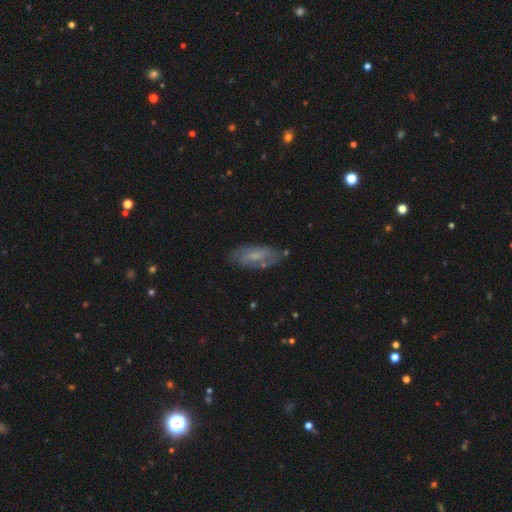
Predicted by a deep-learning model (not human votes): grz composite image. It shows a featured or disk galaxy (47%). Merging: none (70%).